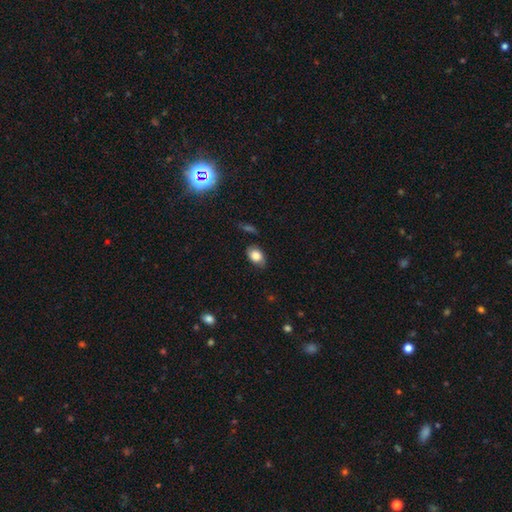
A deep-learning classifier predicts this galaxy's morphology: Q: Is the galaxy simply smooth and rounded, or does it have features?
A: smooth — 80%.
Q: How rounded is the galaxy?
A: in between — 81%.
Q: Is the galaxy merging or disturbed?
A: none — 74%.